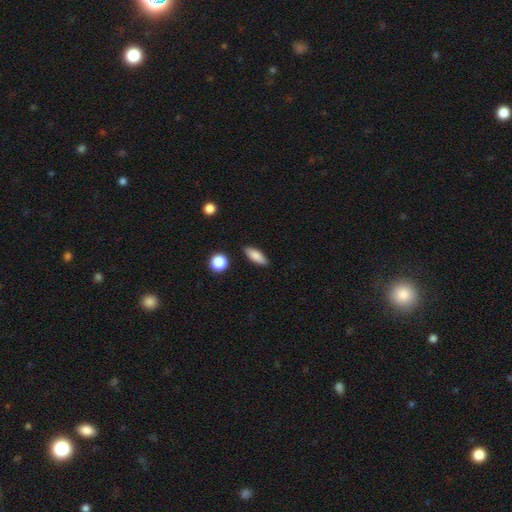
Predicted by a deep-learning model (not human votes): A smooth galaxy with no disk features (82%) that is in between round and cigar-shaped (65%). Merging: none (86%).